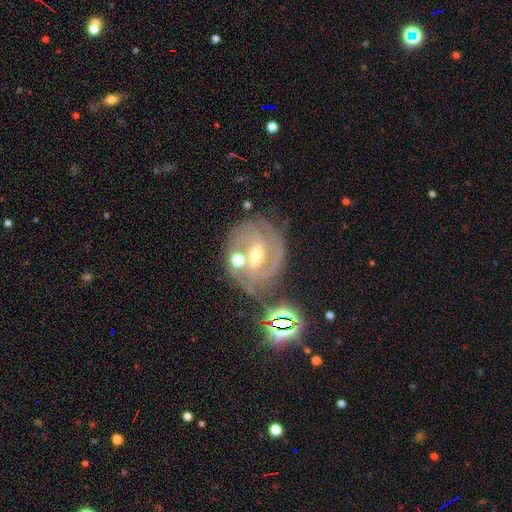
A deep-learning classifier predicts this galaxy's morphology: Smooth or featured?
  - featured or disk: 79% *
  - smooth: 11%
  - star or artifact: 10%
Edge-on disk?
  - no: 96% *
  - yes: 4%
Bar?
  - weak: 45% *
  - strong: 34%
  - no: 21%
Spiral arms?
  - yes: 89% *
  - no: 11%
Spiral winding?
  - tight: 52% *
  - medium: 37%
  - loose: 10%
Spiral arm count?
  - 2: 58% *
  - can't tell: 19%
  - 3: 12%
  - 1: 5%
  - 4: 3%
  - more than 4: 3%
Bulge size?
  - moderate: 62% *
  - small: 32%
  - large: 3%
  - none: 1%
  - dominant: 1%
Merging?
  - none: 58% *
  - minor disturbance: 18%
  - merger: 14%
  - major disturbance: 10%